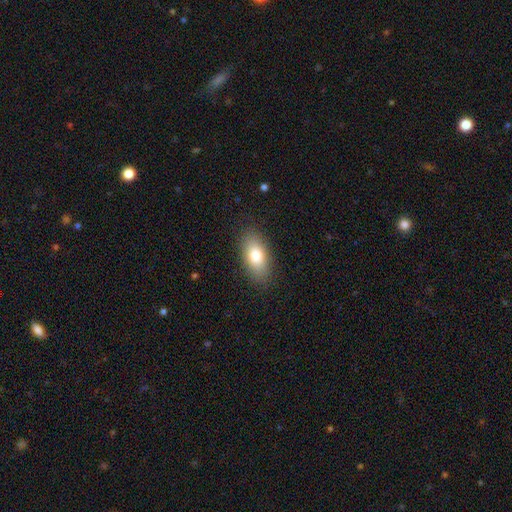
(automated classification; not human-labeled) Overall: smooth (79%). How rounded: in between (89%). Merging: none (86%).